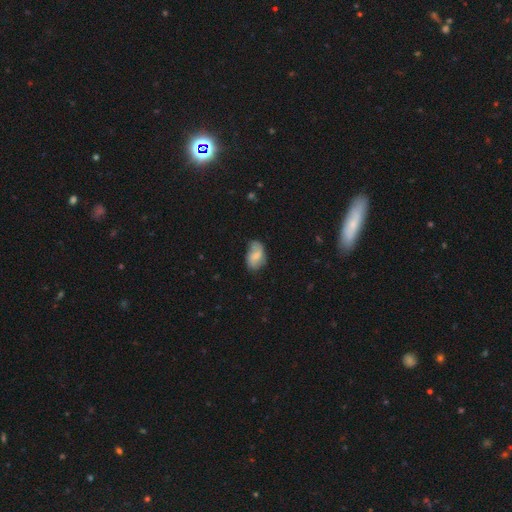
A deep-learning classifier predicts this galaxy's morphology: Smooth or featured? Predicted: smooth (p=0.65). How rounded? Predicted: in between (p=0.88). Merging? Predicted: none (p=0.47).